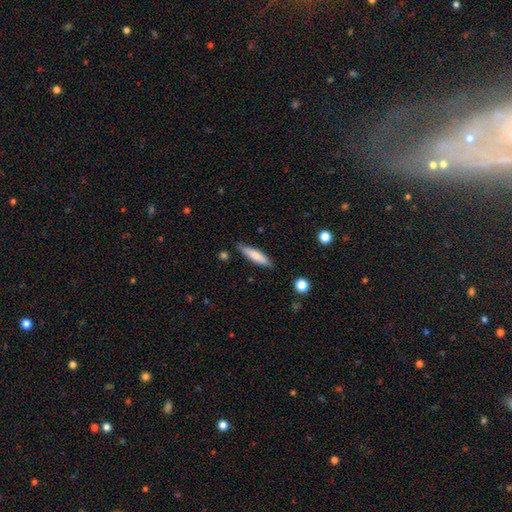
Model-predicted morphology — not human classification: A smooth galaxy with no disk features (74%) that is cigar-shaped (79%).

Vote fractions:
- Smooth or featured? smooth: 74% / featured or disk: 20% / star or artifact: 6%
- How rounded? cigar-shaped: 79% / in between: 20% / round: 1%
- Merging? none: 84% / minor disturbance: 12% / major disturbance: 2% / merger: 2%